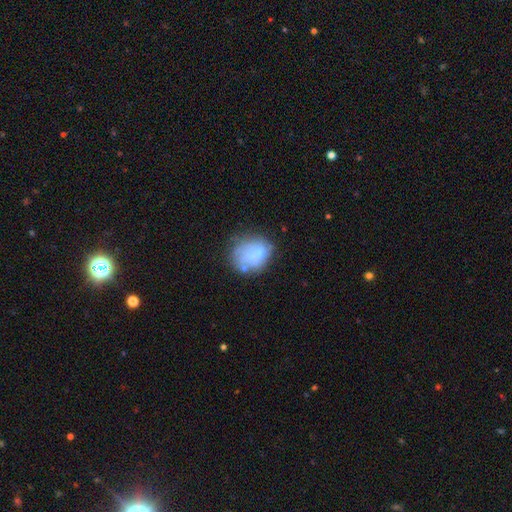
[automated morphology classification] This is possibly a smooth galaxy (57%). How rounded: possibly round (57%). Merging: marginally none (44%).